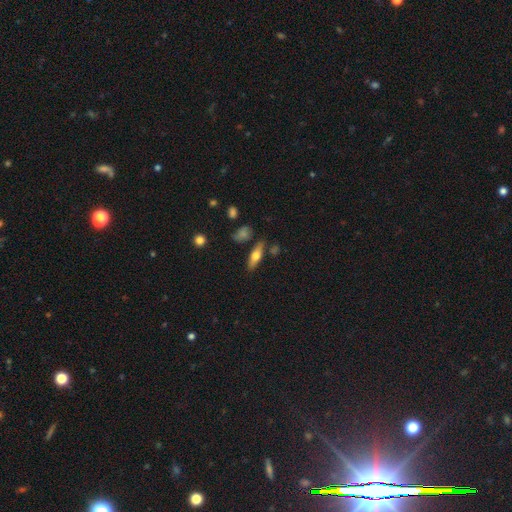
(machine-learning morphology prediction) Smooth or featured: smooth — 55% (featured or disk — 39%)
How rounded: cigar-shaped — 49% (in between — 48%)
Merging: none — 79% (minor disturbance — 13%)